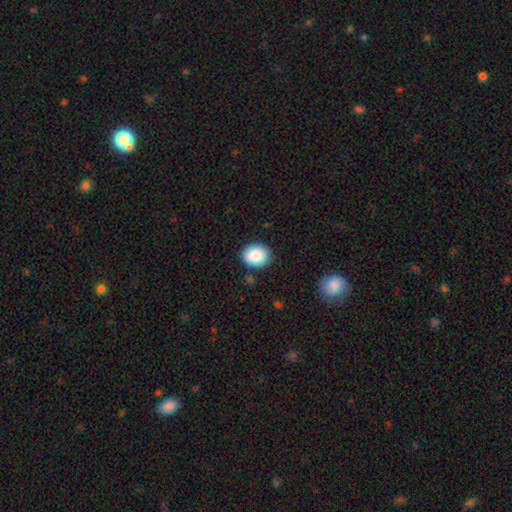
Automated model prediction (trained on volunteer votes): smooth 88%, star or artifact 8%, featured or disk 4%. Down the decision tree: how rounded — round (62%); merging — none (86%).